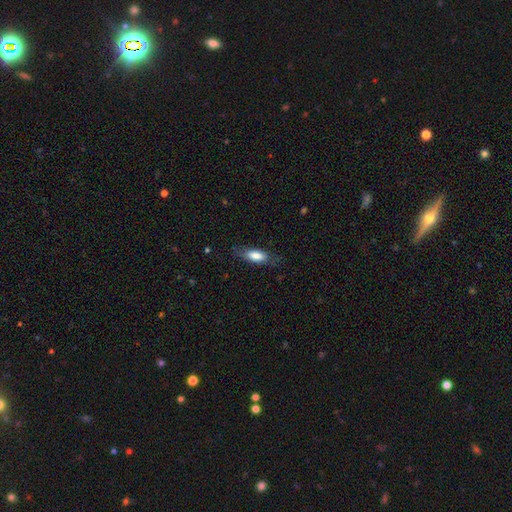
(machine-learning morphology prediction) Smooth or featured? smooth (76%)
How rounded? in between (67%)
Merging? none (73%)